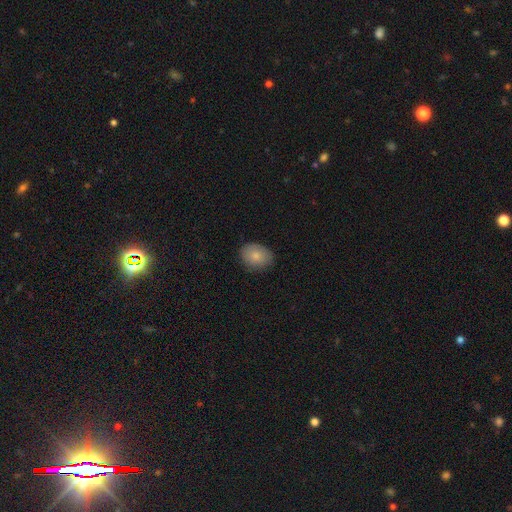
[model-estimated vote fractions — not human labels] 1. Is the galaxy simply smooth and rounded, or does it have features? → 82% smooth, 10% featured or disk, 8% star or artifact.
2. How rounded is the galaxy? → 60% in between, 39% round, 1% cigar-shaped.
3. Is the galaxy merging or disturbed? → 83% none, 13% minor disturbance, 3% major disturbance, 1% merger.